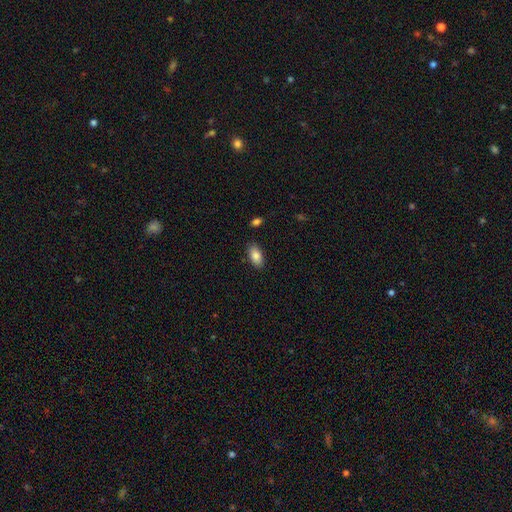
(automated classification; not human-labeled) This is clearly a smooth galaxy (84%). How rounded: clearly in between (93%). Merging: clearly none (86%).